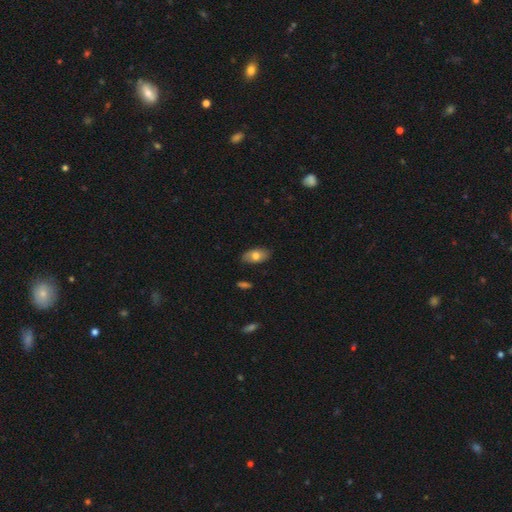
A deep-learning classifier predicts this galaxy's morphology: type=smooth (71%); roundness=in between (92%); merging=none (83%).